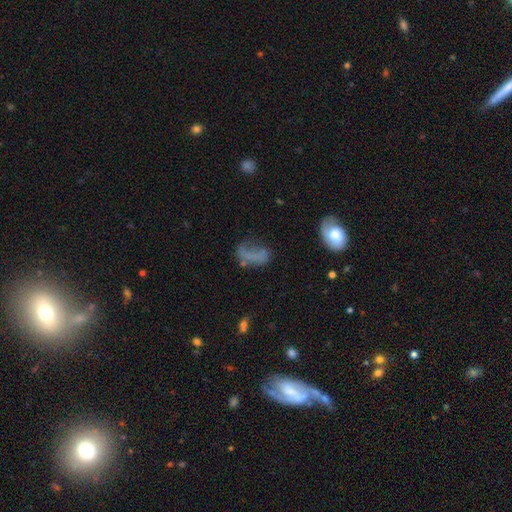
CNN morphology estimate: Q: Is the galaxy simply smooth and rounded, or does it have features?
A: smooth — 54%.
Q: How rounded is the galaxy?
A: in between — 80%.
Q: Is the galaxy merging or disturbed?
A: major disturbance — 43%.